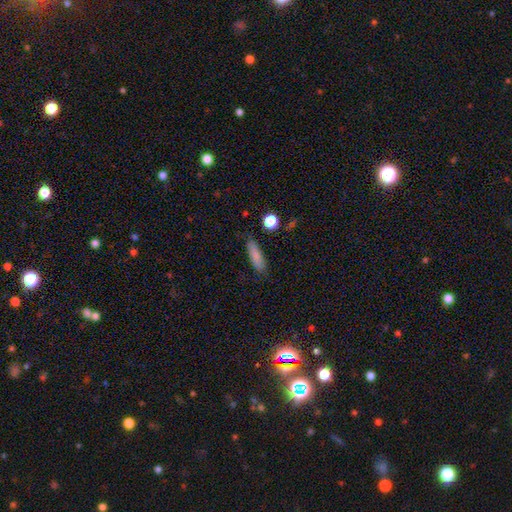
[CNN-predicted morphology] smooth 83%, featured or disk 9%, star or artifact 8%. Down the decision tree: how rounded — cigar-shaped (61%); merging — none (81%).